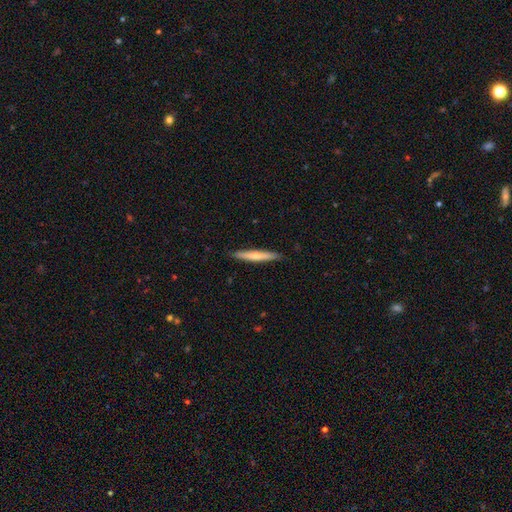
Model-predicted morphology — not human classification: Overall: smooth (60%; featured or disk 34%). How rounded: cigar-shaped (94%). Merging: none (89%).